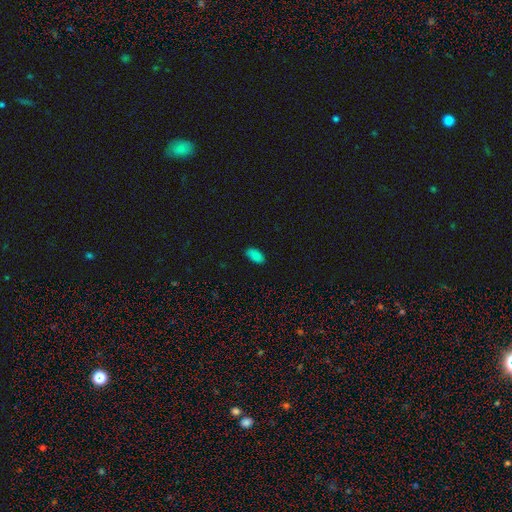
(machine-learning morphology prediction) Smooth or featured?
  - smooth: 84% *
  - star or artifact: 11%
  - featured or disk: 6%
How rounded?
  - in between: 94% *
  - cigar-shaped: 3%
  - round: 3%
Merging?
  - none: 83% *
  - minor disturbance: 13%
  - major disturbance: 2%
  - merger: 1%